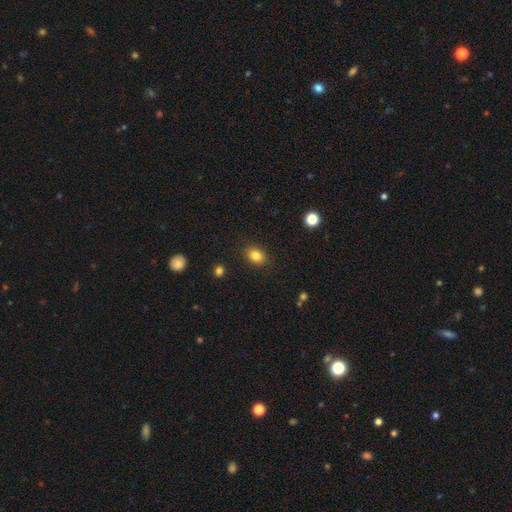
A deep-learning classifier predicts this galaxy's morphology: smooth_or_featured: smooth (p=0.84) [alt: star or artifact p=0.10]
how_rounded: in between (p=0.65) [alt: round p=0.34]
merging: none (p=0.88) [alt: minor disturbance p=0.09]